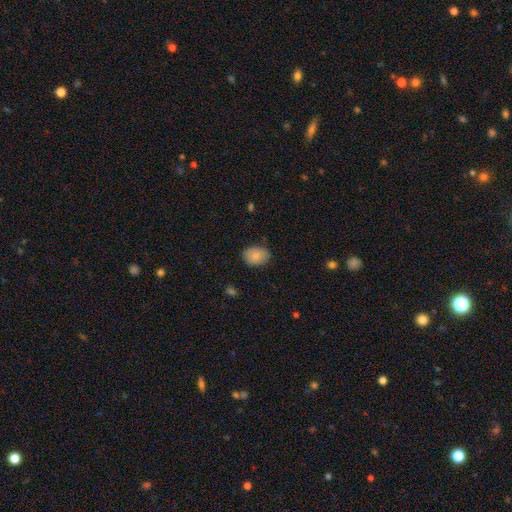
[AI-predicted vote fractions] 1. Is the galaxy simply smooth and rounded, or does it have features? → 81% smooth, 12% featured or disk, 7% star or artifact.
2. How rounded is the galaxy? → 69% in between, 30% round, 1% cigar-shaped.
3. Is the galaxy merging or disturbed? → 80% none, 15% minor disturbance, 3% major disturbance, 1% merger.